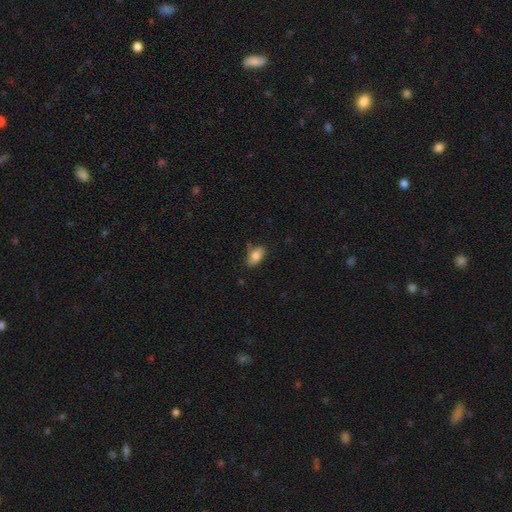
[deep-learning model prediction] This appears to be a smooth galaxy with no disk features (80%) that is in between round and cigar-shaped (90%). Merging: none (63%).